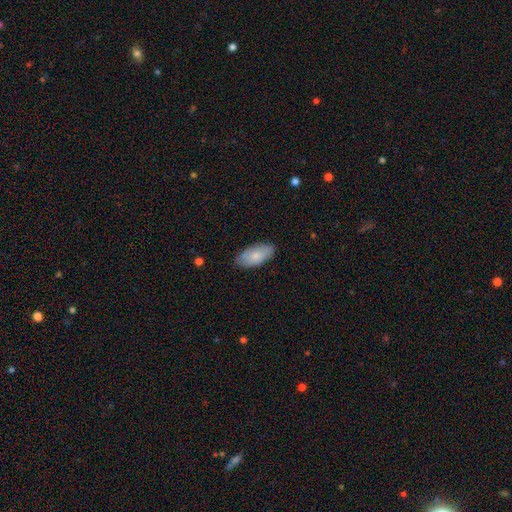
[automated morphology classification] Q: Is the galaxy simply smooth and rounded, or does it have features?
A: smooth — 76%.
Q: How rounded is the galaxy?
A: in between — 92%.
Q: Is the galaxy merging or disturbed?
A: none — 82%.